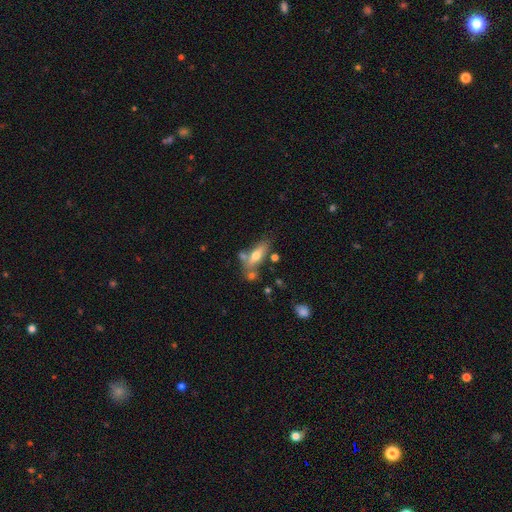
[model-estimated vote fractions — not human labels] Morphology: type=smooth (55%); roundness=in between (52%); merging=none (55%).